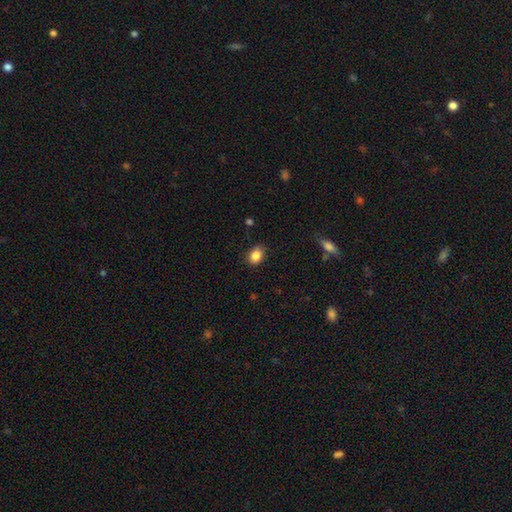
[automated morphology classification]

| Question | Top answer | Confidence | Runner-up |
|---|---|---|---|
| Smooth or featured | smooth | 85% | star or artifact (9%) |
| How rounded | in between | 59% | round (40%) |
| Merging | none | 79% | minor disturbance (17%) |